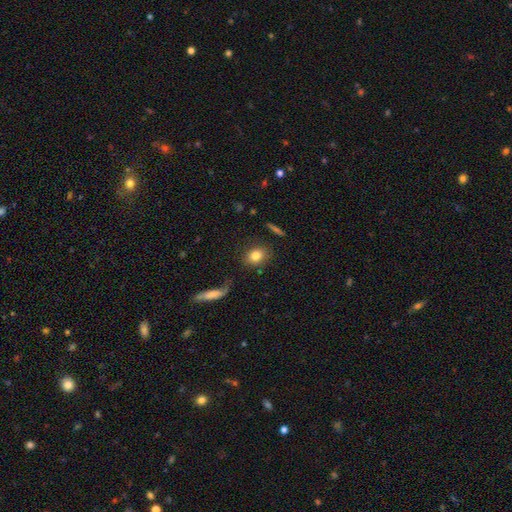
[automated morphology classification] This is clearly a smooth galaxy (81%). How rounded: possibly round (49%, tied with in between). Merging: clearly none (81%).